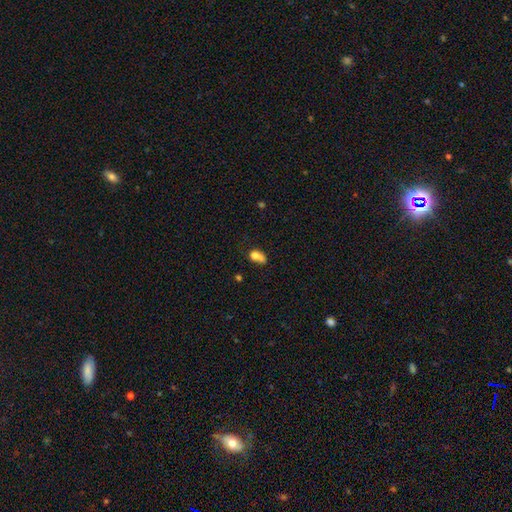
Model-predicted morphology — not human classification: A smooth galaxy with no disk features (74%) that is in between round and cigar-shaped (64%).

Vote fractions:
- Smooth or featured? smooth: 74% / featured or disk: 15% / star or artifact: 11%
- How rounded? in between: 64% / round: 33% / cigar-shaped: 3%
- Merging? merger: 32% / none: 29% / minor disturbance: 22% / major disturbance: 18%